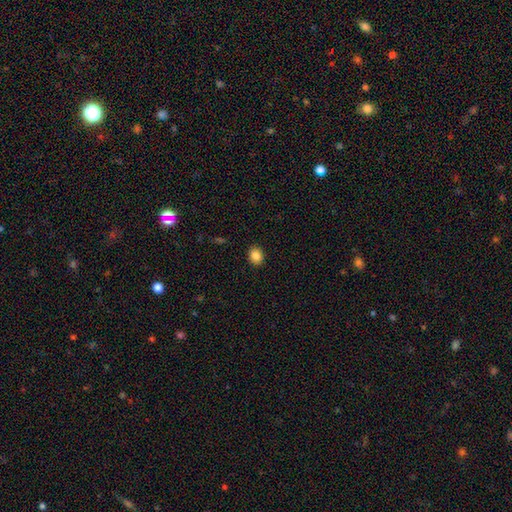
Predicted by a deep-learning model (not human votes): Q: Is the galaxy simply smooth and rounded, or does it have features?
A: smooth — 86%.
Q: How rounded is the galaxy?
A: round — 61%.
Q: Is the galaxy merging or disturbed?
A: none — 91%.